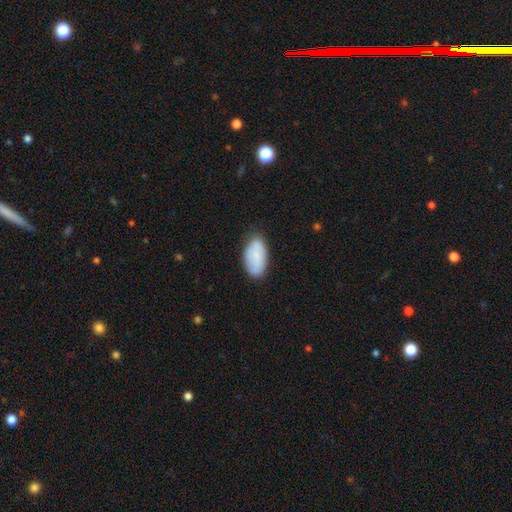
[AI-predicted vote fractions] smooth-or-featured: smooth: 77% | featured or disk: 16% | star or artifact: 7%
  how-rounded: in between: 94% | round: 3% | cigar-shaped: 2%
  merging: none: 74% | minor disturbance: 21% | major disturbance: 4% | merger: 2%